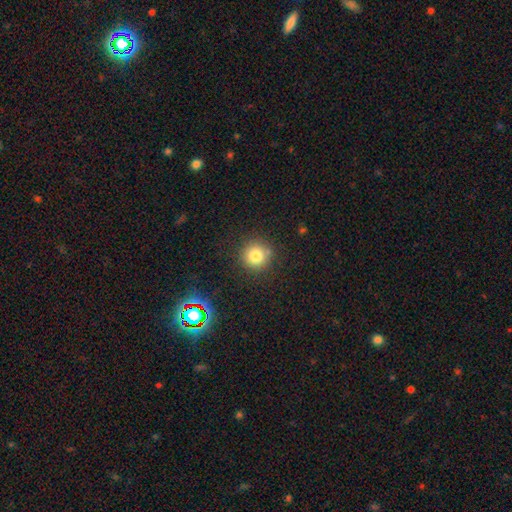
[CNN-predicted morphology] smooth 80%, star or artifact 14%, featured or disk 6%. Down the decision tree: how rounded — round (93%); merging — none (85%).